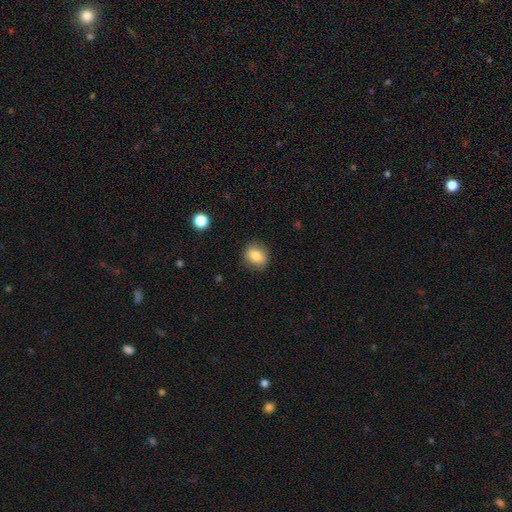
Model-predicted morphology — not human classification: Smooth or featured? smooth (80%)
How rounded? round (57%)
Merging? none (85%)